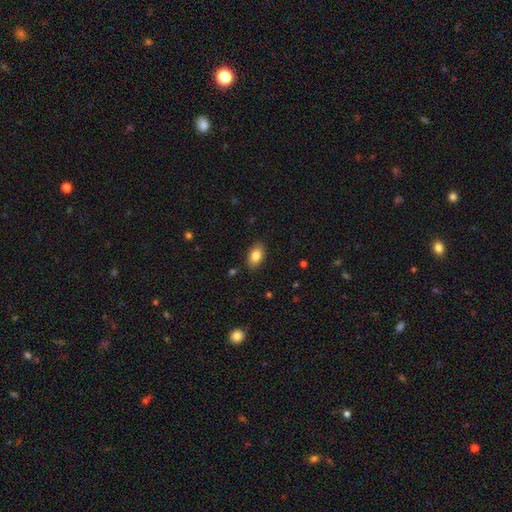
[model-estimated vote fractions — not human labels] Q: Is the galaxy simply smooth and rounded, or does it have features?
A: smooth — 85%.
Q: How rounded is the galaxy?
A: in between — 90%.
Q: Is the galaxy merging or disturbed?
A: none — 87%.